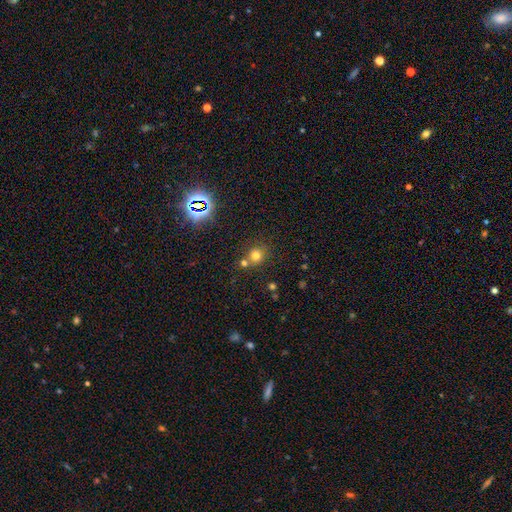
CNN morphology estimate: This is likely a smooth galaxy (71%). How rounded: clearly round (86%). Merging: likely none (62%).